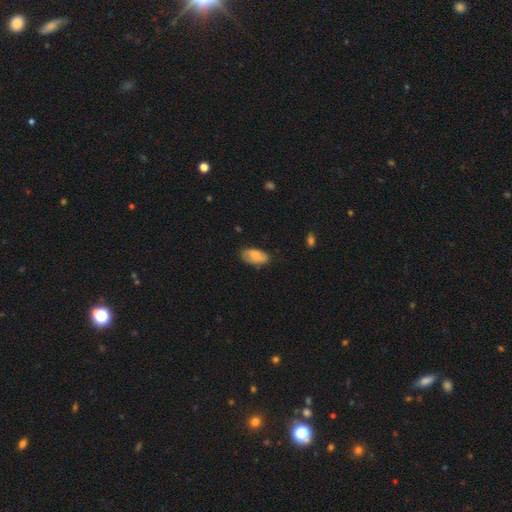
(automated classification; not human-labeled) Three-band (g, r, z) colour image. It shows a smooth galaxy with no disk features (76%) that is in between round and cigar-shaped (93%). Merging: none (76%).